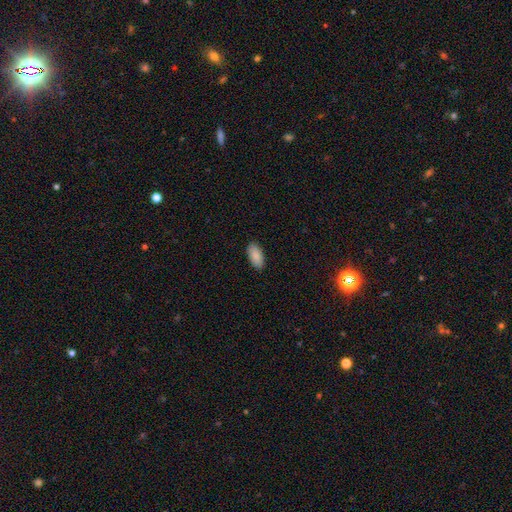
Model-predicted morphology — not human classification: This is clearly a smooth galaxy (89%). How rounded: clearly in between (93%). Merging: clearly none (90%).